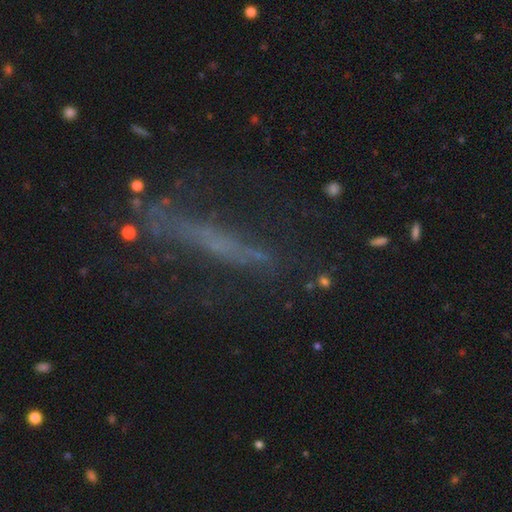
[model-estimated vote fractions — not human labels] Morphology: type=featured or disk (43%); merging=none (58%).